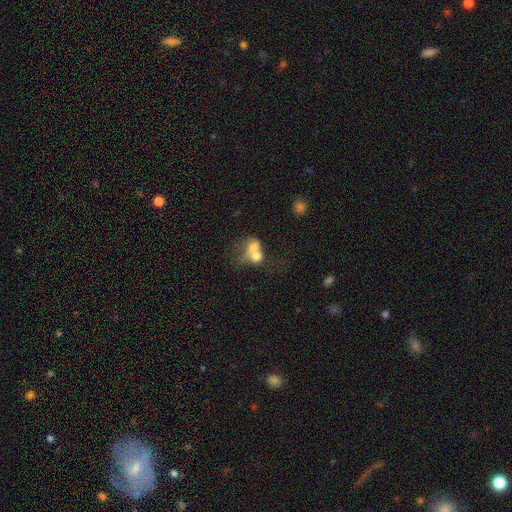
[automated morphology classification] The model was most divided on "how rounded" (2-way tie): in between: 49%, round: 49%, cigar-shaped: 2%. More confident: merging — merger (72%); smooth or featured — smooth (64%).